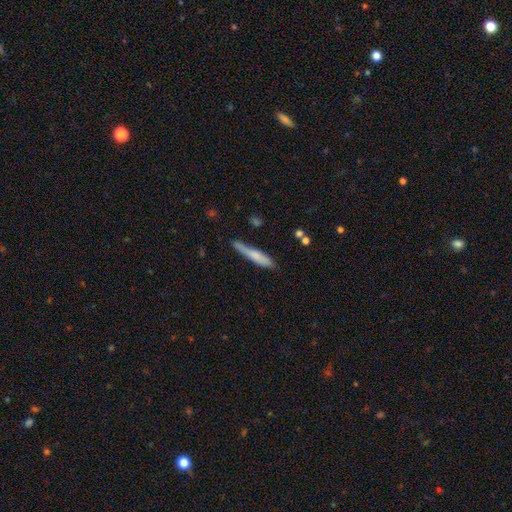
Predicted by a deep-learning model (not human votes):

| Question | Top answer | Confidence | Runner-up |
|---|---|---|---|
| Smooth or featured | smooth | 67% | featured or disk (26%) |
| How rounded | cigar-shaped | 90% | in between (9%) |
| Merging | none | 67% | minor disturbance (24%) |